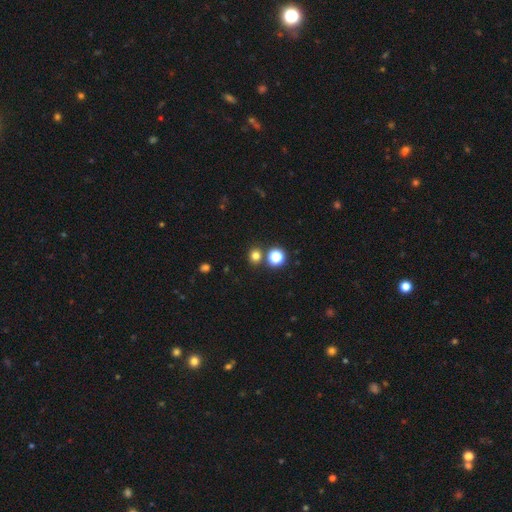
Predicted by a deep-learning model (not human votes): Smooth or featured: smooth — 74% (star or artifact — 21%)
How rounded: round — 84% (in between — 15%)
Merging: none — 79% (merger — 11%)